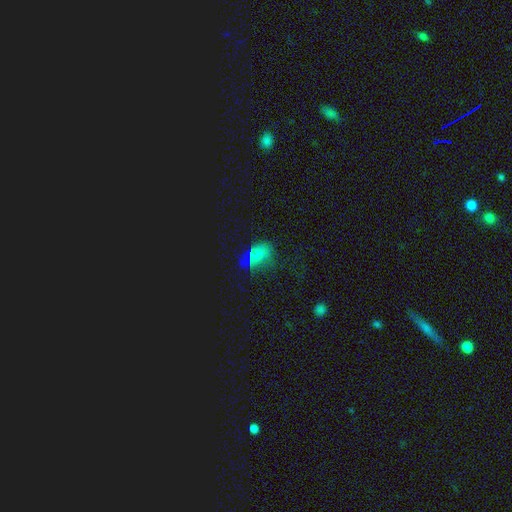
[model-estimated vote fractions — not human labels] Smooth or featured? Predicted: smooth (p=0.50). Merging? Predicted: none (p=0.65).